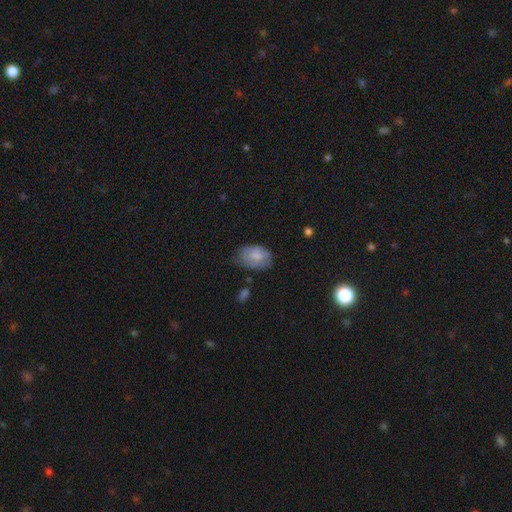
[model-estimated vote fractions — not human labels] Smooth or featured? smooth (74%)
How rounded? in between (86%)
Merging? none (52%)